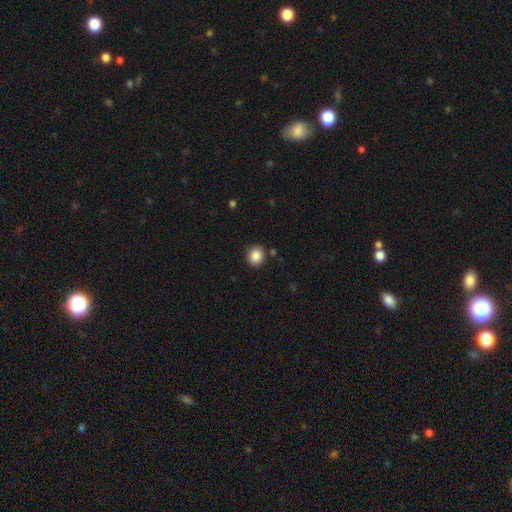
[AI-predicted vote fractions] smooth-or-featured: smooth: 87% | star or artifact: 9% | featured or disk: 4%
  how-rounded: round: 79% | in between: 20% | cigar-shaped: 1%
  merging: none: 87% | minor disturbance: 8% | merger: 3% | major disturbance: 2%